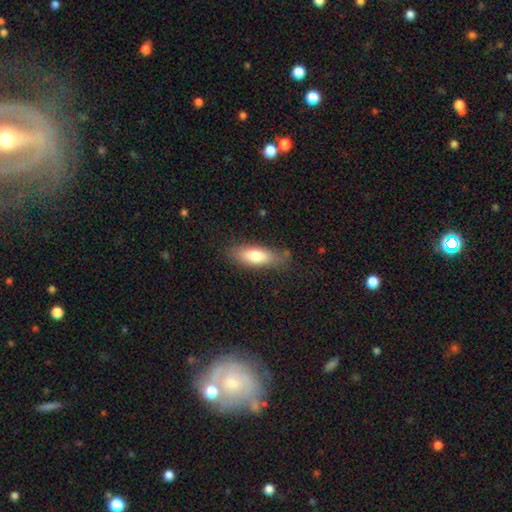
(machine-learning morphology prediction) A smooth galaxy with no disk features (74%) that is in between round and cigar-shaped (64%). Merging: none (75%).